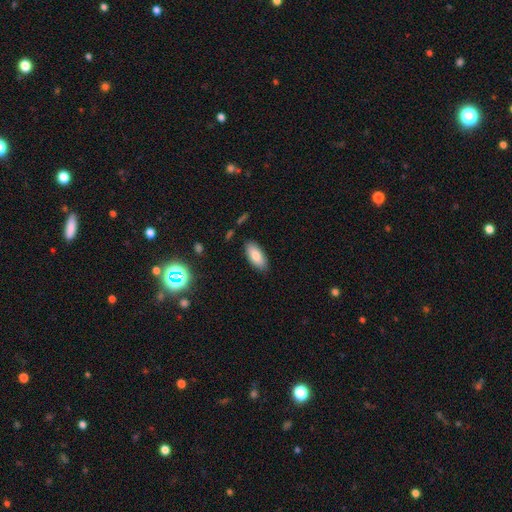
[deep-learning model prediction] smooth-or-featured: smooth: 81% | featured or disk: 12% | star or artifact: 8%
  how-rounded: in between: 88% | cigar-shaped: 9% | round: 2%
  merging: none: 86% | minor disturbance: 10% | major disturbance: 2% | merger: 2%